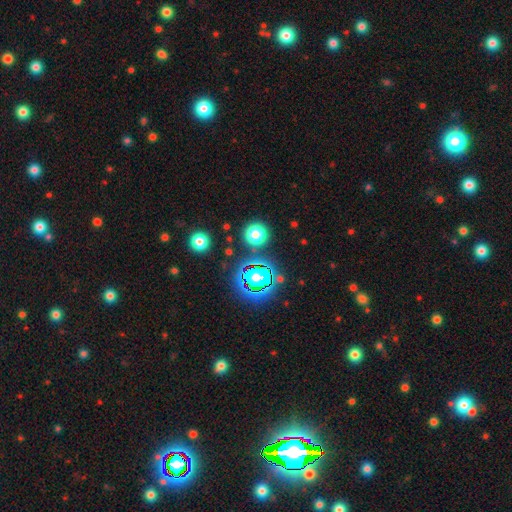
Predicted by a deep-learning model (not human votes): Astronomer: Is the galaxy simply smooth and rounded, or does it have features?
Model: star or artifact — 78%.